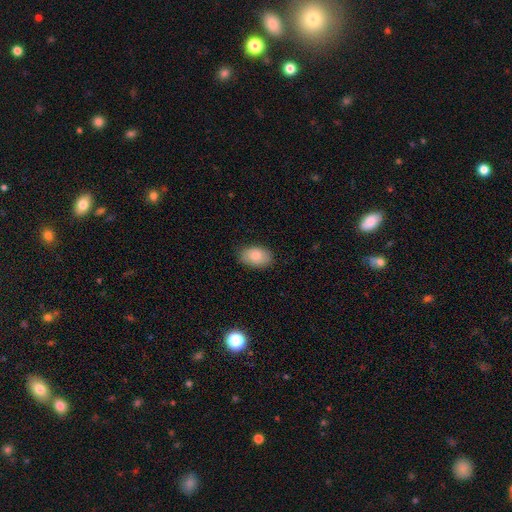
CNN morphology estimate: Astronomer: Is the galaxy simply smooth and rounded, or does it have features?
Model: smooth — 86%.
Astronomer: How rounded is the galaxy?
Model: in between — 90%.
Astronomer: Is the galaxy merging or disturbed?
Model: none — 81%.